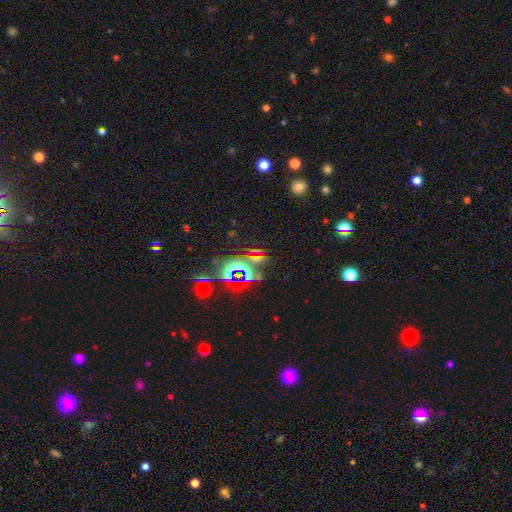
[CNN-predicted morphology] This is likely a star or artifact rather than a galaxy (70%).